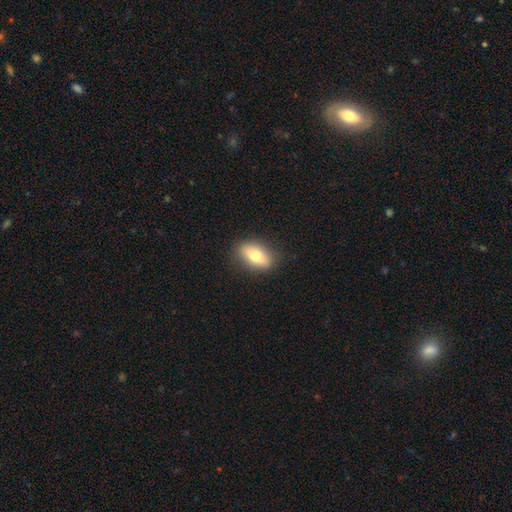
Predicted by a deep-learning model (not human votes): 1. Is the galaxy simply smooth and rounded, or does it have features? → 64% smooth, 28% featured or disk, 7% star or artifact.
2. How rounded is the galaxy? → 83% in between, 9% cigar-shaped, 8% round.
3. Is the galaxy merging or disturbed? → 86% none, 10% minor disturbance, 3% major disturbance, 1% merger.